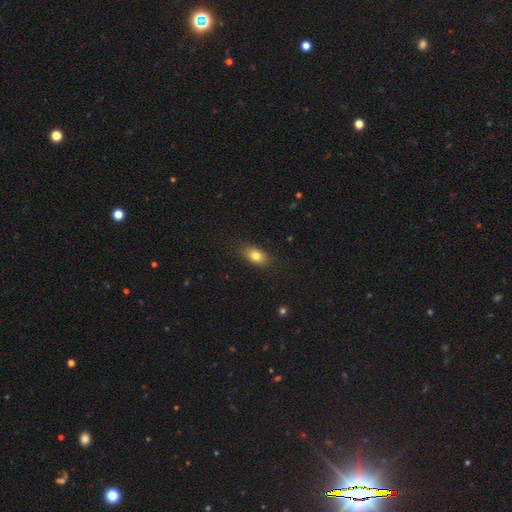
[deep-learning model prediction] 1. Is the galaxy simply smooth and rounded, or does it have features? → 81% smooth, 10% featured or disk, 9% star or artifact.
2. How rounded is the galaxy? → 84% in between, 12% round, 4% cigar-shaped.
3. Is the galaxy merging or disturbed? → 85% none, 12% minor disturbance, 3% major disturbance, 1% merger.